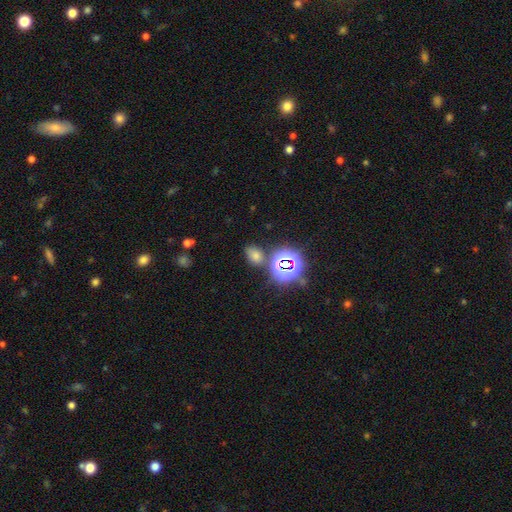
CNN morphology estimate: smooth-or-featured: smooth: 62% | star or artifact: 31% | featured or disk: 7%
  how-rounded: in between: 74% | round: 25% | cigar-shaped: 2%
  merging: none: 73% | minor disturbance: 13% | merger: 9% | major disturbance: 5%